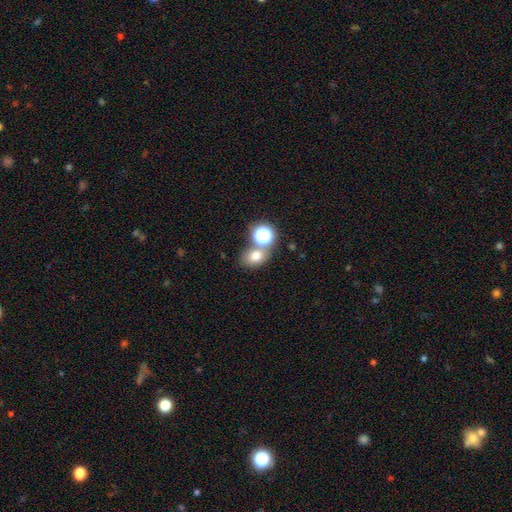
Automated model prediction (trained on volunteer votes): A smooth galaxy with no disk features (71%) that is in between round and cigar-shaped (55%).

Vote fractions:
- Smooth or featured? smooth: 71% / star or artifact: 17% / featured or disk: 12%
- How rounded? in between: 55% / round: 44% / cigar-shaped: 1%
- Merging? none: 57% / merger: 28% / minor disturbance: 11% / major disturbance: 4%